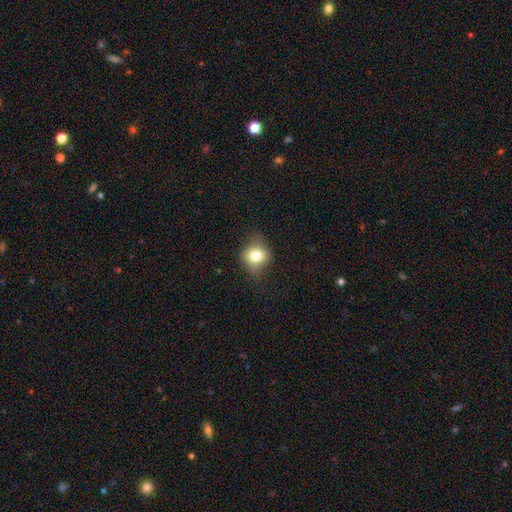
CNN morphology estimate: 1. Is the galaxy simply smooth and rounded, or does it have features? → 71% smooth, 18% featured or disk, 11% star or artifact.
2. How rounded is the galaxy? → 60% round, 38% in between, 2% cigar-shaped.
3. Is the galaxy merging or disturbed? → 70% none, 22% minor disturbance, 7% major disturbance, 1% merger.